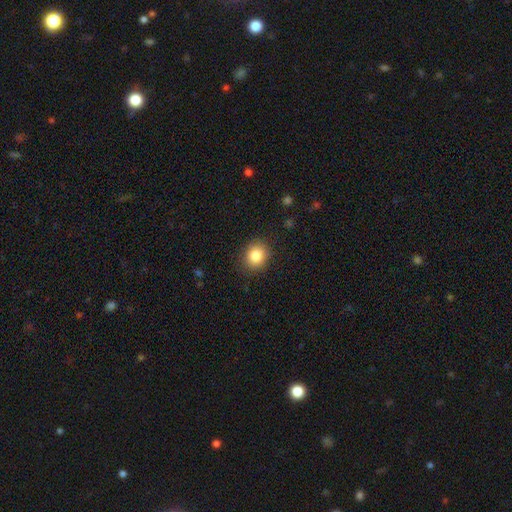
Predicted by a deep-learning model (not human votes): Morphology: type=smooth (84%); roundness=round (68%); merging=none (87%).